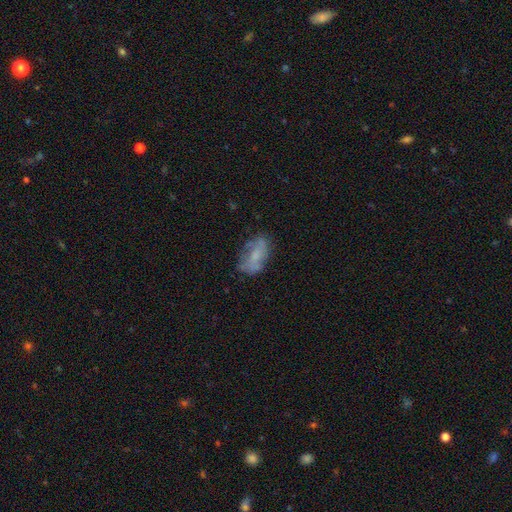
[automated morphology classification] Q: Smooth or featured?
A: featured or disk (45%); tied with: smooth (45%)
Q: Merging?
A: none (56%); runner-up: minor disturbance (25%)